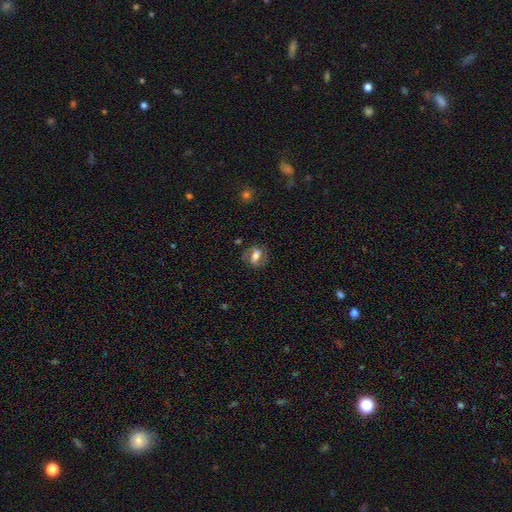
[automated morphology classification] Smooth or featured? Predicted: featured or disk (p=0.49). Merging? Predicted: none (p=0.73).